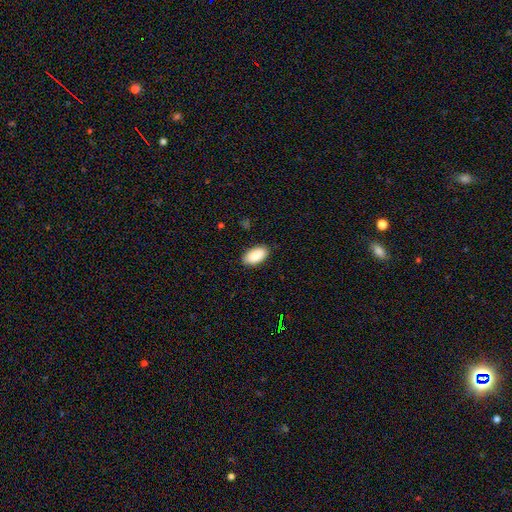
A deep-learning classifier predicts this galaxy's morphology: This is clearly a smooth galaxy (91%). How rounded: clearly in between (95%). Merging: clearly none (88%).